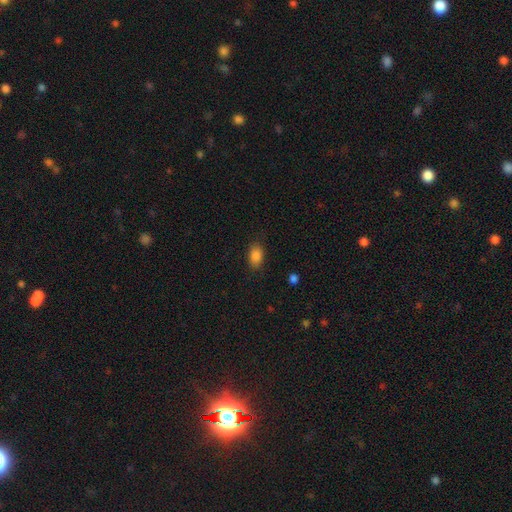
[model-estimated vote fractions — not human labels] Q: Smooth or featured?
A: smooth (87%); runner-up: star or artifact (9%)
Q: How rounded?
A: in between (87%); runner-up: round (11%)
Q: Merging?
A: none (85%); runner-up: minor disturbance (11%)